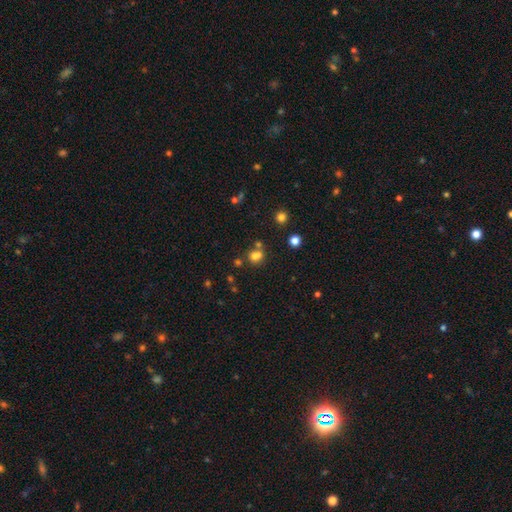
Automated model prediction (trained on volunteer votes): A smooth galaxy with no disk features (73%) that is round (64%). Merging: none (55%).